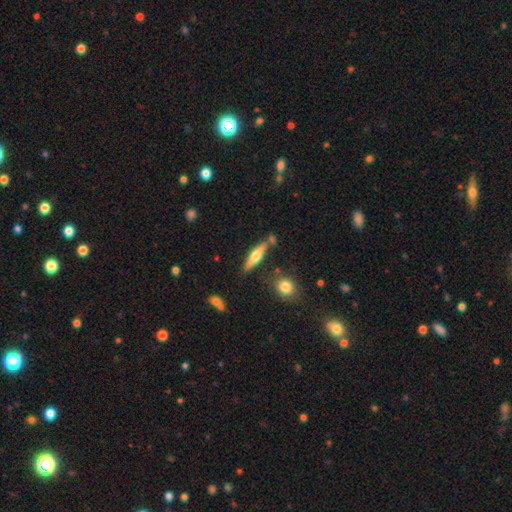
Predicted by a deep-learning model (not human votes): Q: Smooth or featured?
A: featured or disk (50%); runner-up: smooth (44%)
Q: Merging?
A: none (73%); runner-up: minor disturbance (13%)